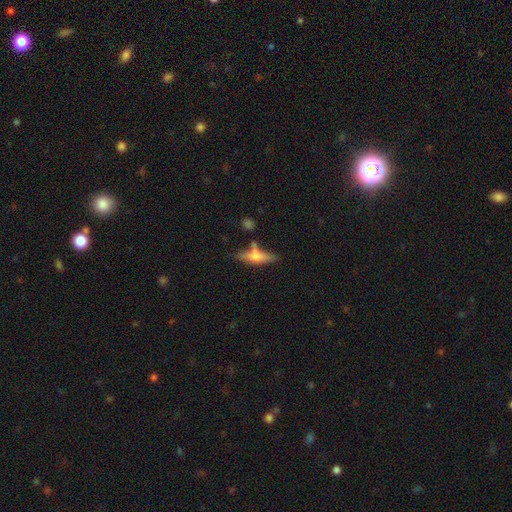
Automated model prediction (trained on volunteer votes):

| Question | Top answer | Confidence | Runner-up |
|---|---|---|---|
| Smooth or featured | smooth | 51% | featured or disk (41%) |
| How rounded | cigar-shaped | 66% | in between (30%) |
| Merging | none | 58% | minor disturbance (19%) |